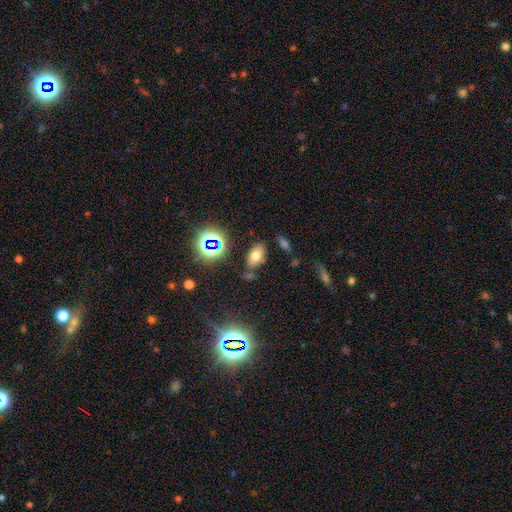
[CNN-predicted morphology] Q: Smooth or featured?
A: smooth (66%); runner-up: star or artifact (21%)
Q: How rounded?
A: in between (89%); runner-up: round (8%)
Q: Merging?
A: none (78%); runner-up: minor disturbance (13%)